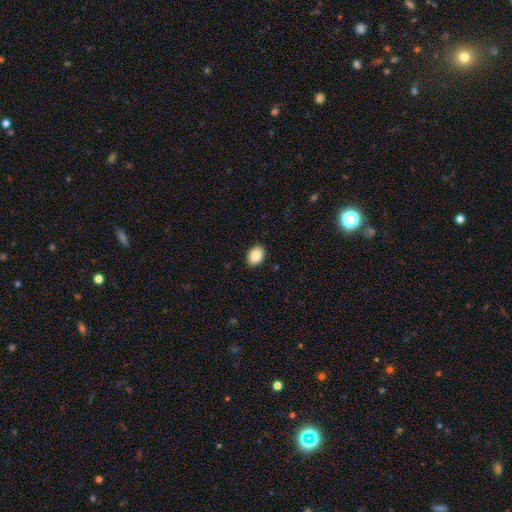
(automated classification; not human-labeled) Smooth or featured?
  - smooth: 88% *
  - star or artifact: 7%
  - featured or disk: 5%
How rounded?
  - in between: 77% *
  - round: 22%
  - cigar-shaped: 1%
Merging?
  - none: 91% *
  - minor disturbance: 7%
  - major disturbance: 2%
  - merger: 1%